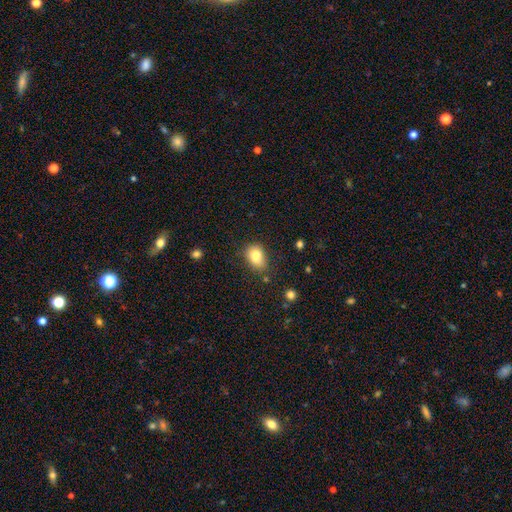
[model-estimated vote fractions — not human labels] Smooth or featured? Predicted: smooth (p=0.82). How rounded? Predicted: in between (p=0.74). Merging? Predicted: none (p=0.59).